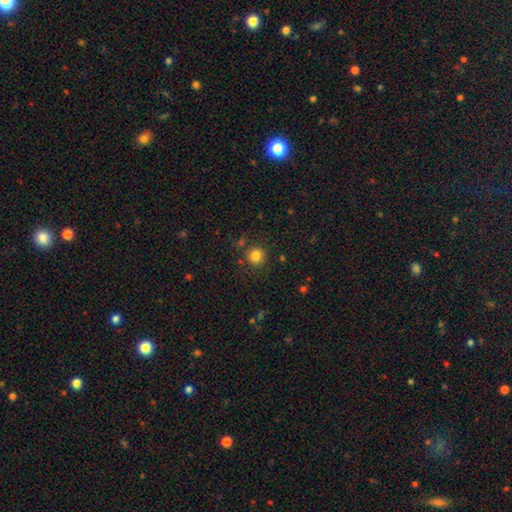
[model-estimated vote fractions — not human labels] The model was most divided on "smooth or featured": smooth: 83%, star or artifact: 12%, featured or disk: 5%. More confident: how rounded — round (93%); merging — none (85%).